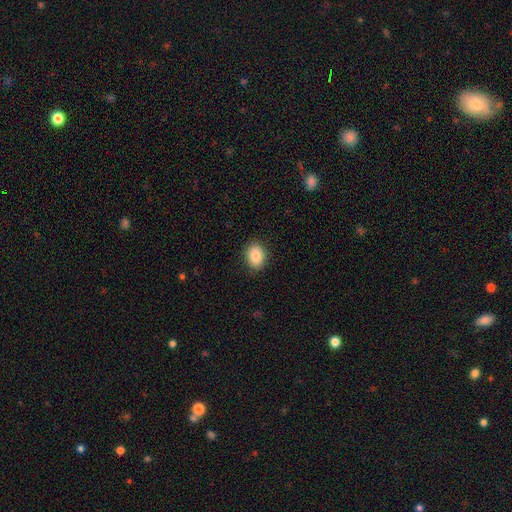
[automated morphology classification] Smooth or featured? Predicted: smooth (p=0.85). How rounded? Predicted: in between (p=0.63). Merging? Predicted: none (p=0.89).